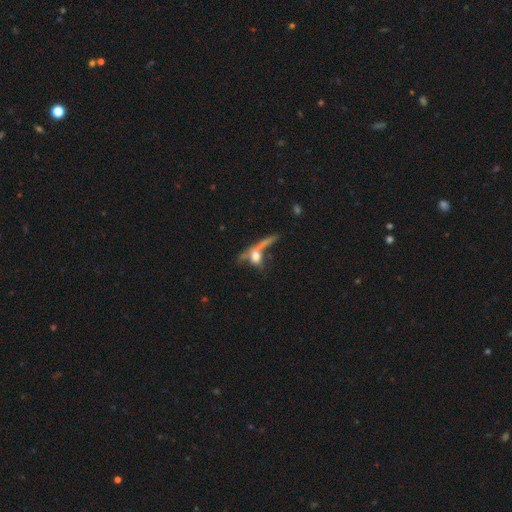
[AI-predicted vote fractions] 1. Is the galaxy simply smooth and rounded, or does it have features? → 47% smooth, 40% featured or disk, 13% star or artifact.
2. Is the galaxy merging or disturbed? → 31% none, 29% merger, 27% major disturbance, 13% minor disturbance.